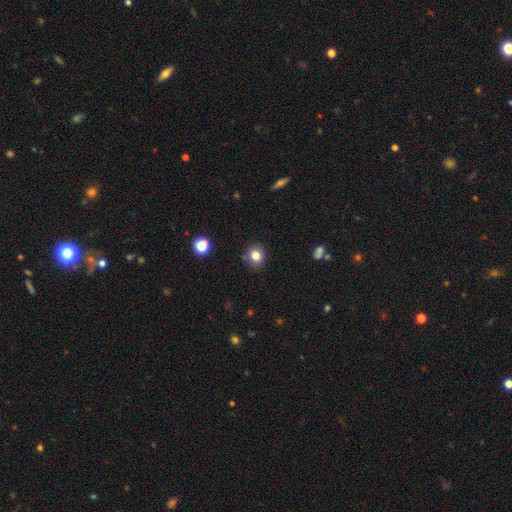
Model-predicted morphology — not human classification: Smooth or featured: smooth — 81% (star or artifact — 12%)
How rounded: round — 76% (in between — 23%)
Merging: none — 84% (minor disturbance — 11%)